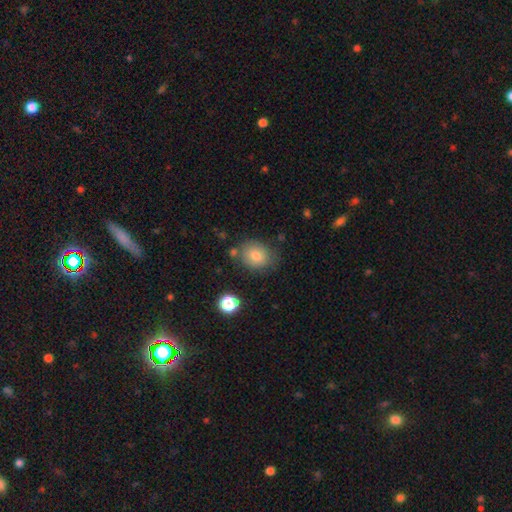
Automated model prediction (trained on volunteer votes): Morphology: type=smooth (79%); roundness=round (62%); merging=none (74%).